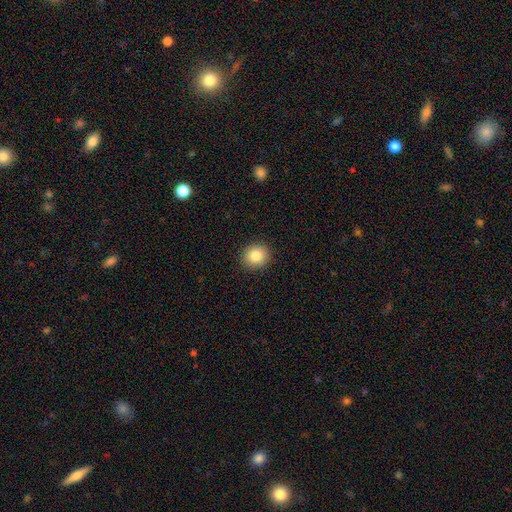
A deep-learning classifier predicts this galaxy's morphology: type=smooth (84%); roundness=round (80%); merging=none (91%).